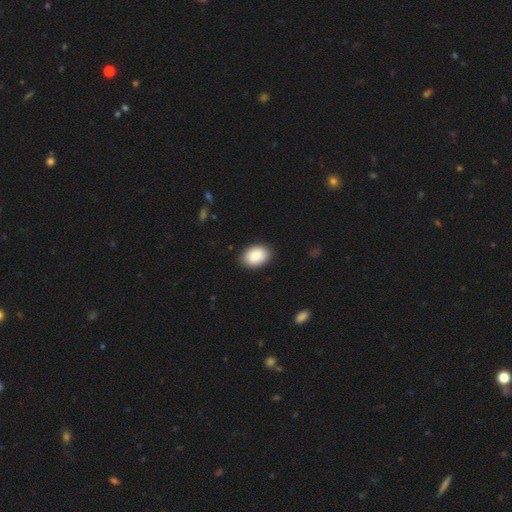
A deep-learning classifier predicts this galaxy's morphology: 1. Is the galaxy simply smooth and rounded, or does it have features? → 89% smooth, 6% star or artifact, 4% featured or disk.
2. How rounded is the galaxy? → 84% in between, 15% round, 1% cigar-shaped.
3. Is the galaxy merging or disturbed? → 88% none, 9% minor disturbance, 2% major disturbance, 1% merger.